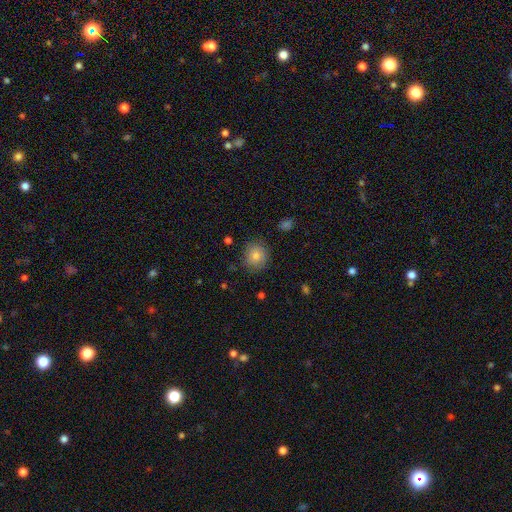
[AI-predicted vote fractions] Morphology: type=smooth (80%); roundness=round (82%); merging=none (83%).